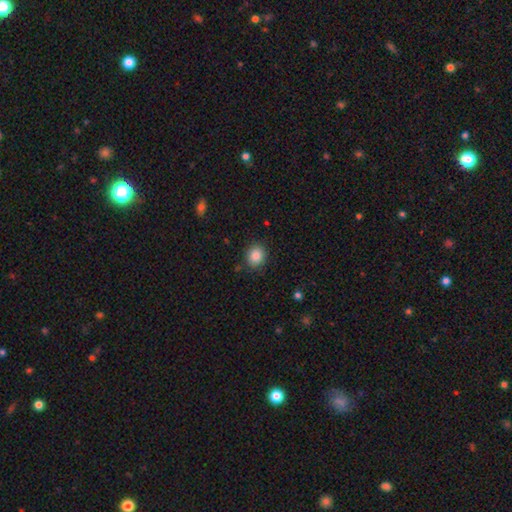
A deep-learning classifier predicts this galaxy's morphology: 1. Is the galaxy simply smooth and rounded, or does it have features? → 86% smooth, 9% star or artifact, 5% featured or disk.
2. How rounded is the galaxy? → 71% round, 28% in between, 1% cigar-shaped.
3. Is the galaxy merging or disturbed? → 87% none, 9% minor disturbance, 3% major disturbance, 1% merger.